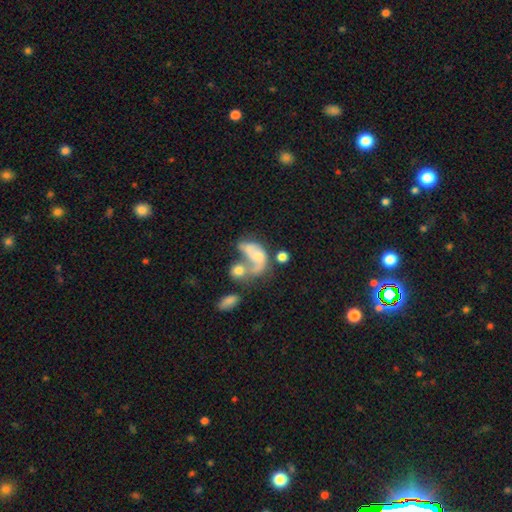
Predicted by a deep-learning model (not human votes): The model was most divided on "smooth or featured": featured or disk: 46%, smooth: 44%, star or artifact: 10%. More confident: merging — merger (53%).